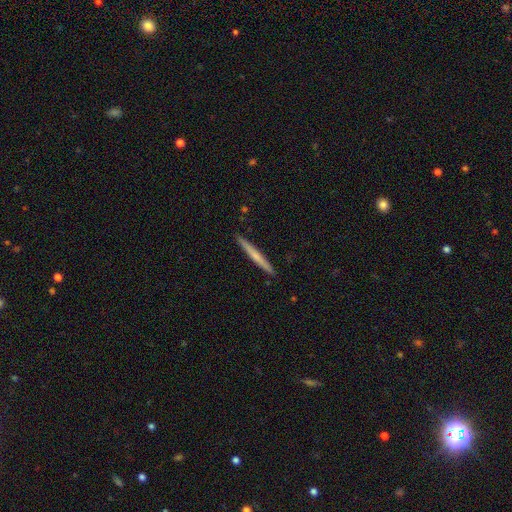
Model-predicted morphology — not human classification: smooth 53%, featured or disk 42%, star or artifact 5%. Down the decision tree: how rounded — cigar-shaped (97%); merging — none (92%).